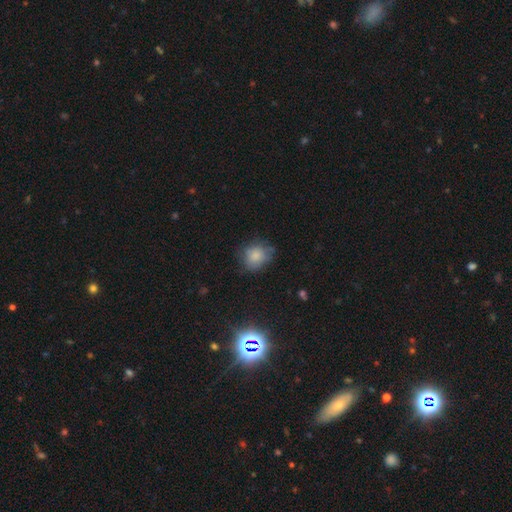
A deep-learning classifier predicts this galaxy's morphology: This appears to be a smooth galaxy with no disk features (79%) that is round (62%). Merging: none (62%).